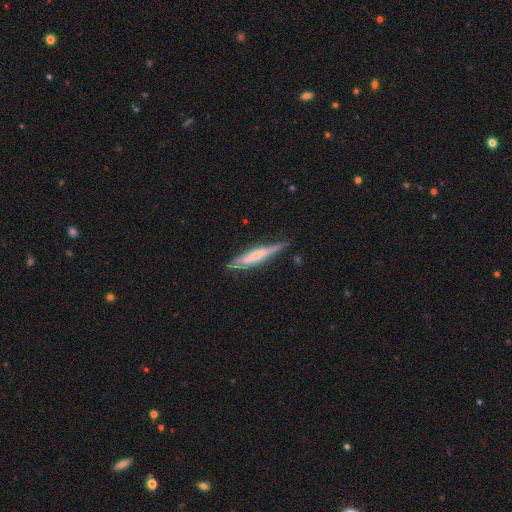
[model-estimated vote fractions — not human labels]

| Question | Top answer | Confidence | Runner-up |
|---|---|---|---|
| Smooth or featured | featured or disk | 51% | smooth (43%) |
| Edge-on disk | yes | 86% | no (14%) |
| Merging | none | 71% | minor disturbance (22%) |